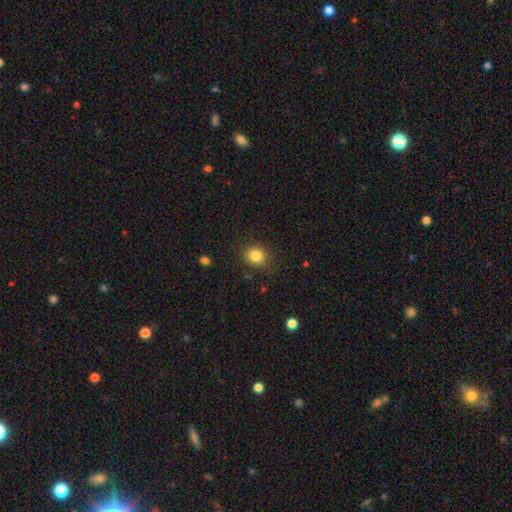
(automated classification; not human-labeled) Smooth or featured: smooth — 83% (star or artifact — 11%)
How rounded: round — 70% (in between — 29%)
Merging: none — 87% (minor disturbance — 9%)